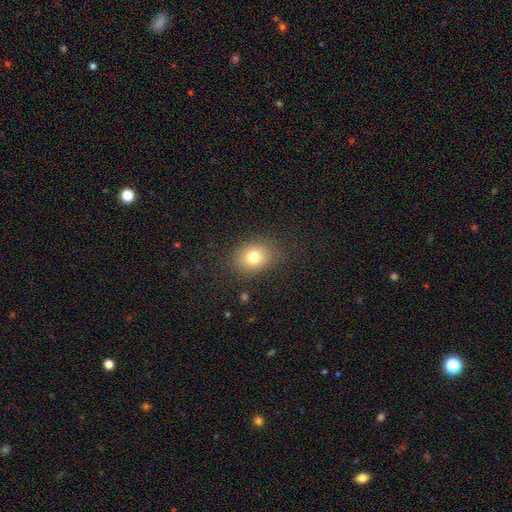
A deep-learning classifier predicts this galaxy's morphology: Smooth or featured? Predicted: smooth (p=0.72). How rounded? Predicted: round (p=0.49, tied with in between). Merging? Predicted: none (p=0.89).